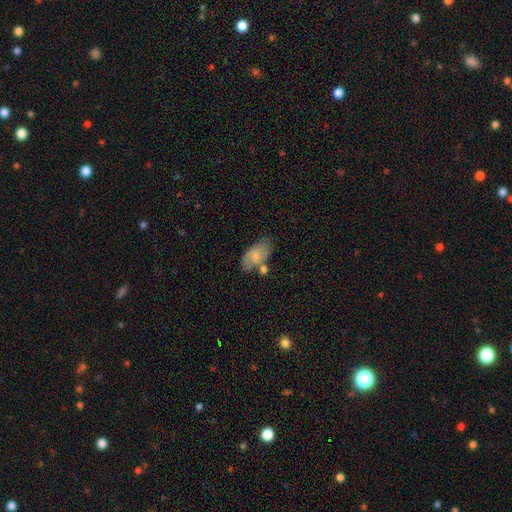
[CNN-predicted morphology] A smooth galaxy with no disk features (70%) that is in between round and cigar-shaped (93%). Merging: none (50%).